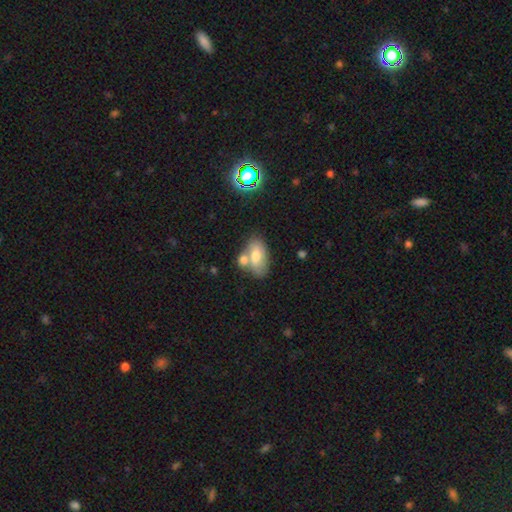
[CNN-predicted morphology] The model was most divided on "merging": none: 45%, merger: 37%, minor disturbance: 13%, major disturbance: 5%. More confident: how rounded — in between (90%); smooth or featured — smooth (65%).